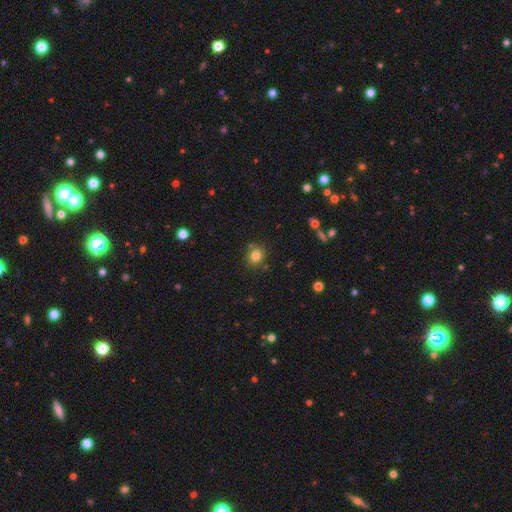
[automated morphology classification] Smooth or featured?
  - smooth: 80% *
  - star or artifact: 13%
  - featured or disk: 7%
How rounded?
  - round: 80% *
  - in between: 19%
  - cigar-shaped: 1%
Merging?
  - none: 82% *
  - minor disturbance: 10%
  - merger: 6%
  - major disturbance: 3%